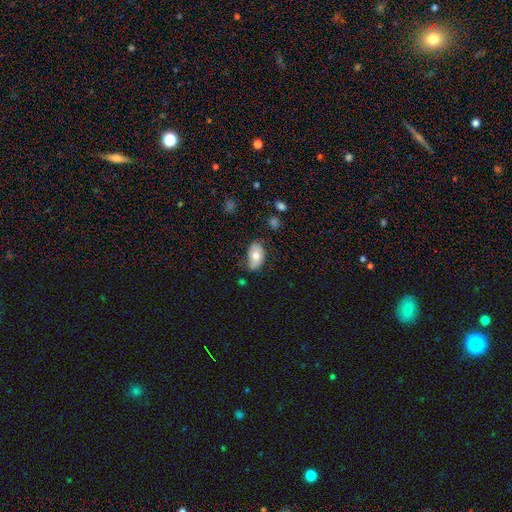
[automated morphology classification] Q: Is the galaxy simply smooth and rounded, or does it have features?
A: smooth — 69%.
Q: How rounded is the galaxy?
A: in between — 93%.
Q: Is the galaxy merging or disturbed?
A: none — 65%.